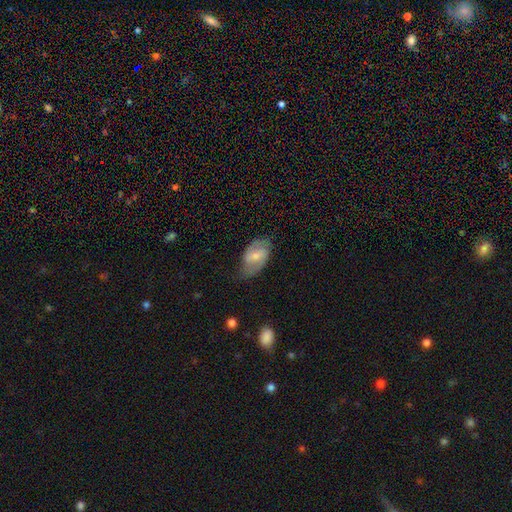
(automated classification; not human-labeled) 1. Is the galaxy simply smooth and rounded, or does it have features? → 60% featured or disk, 34% smooth, 6% star or artifact.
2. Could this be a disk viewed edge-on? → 95% no, 5% yes.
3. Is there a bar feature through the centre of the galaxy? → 49% weak, 28% strong, 23% no.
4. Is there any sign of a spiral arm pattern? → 82% yes, 18% no.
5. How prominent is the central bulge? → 48% small, 44% moderate, 4% none, 3% large, 1% dominant.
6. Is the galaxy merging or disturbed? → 69% none, 23% minor disturbance, 7% major disturbance, 1% merger.